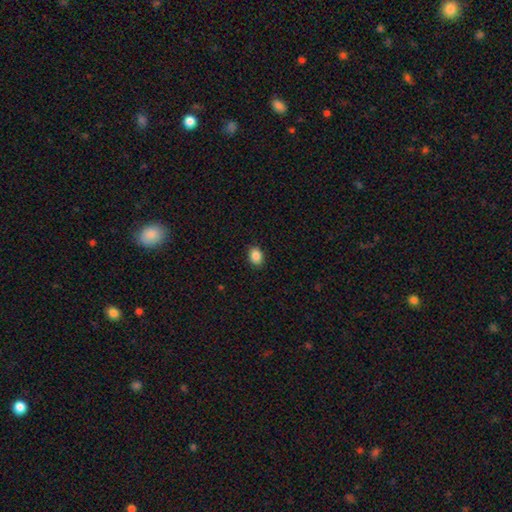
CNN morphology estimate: This appears to be a smooth galaxy with no disk features (87%) that is in between round and cigar-shaped (65%). Merging: none (90%).